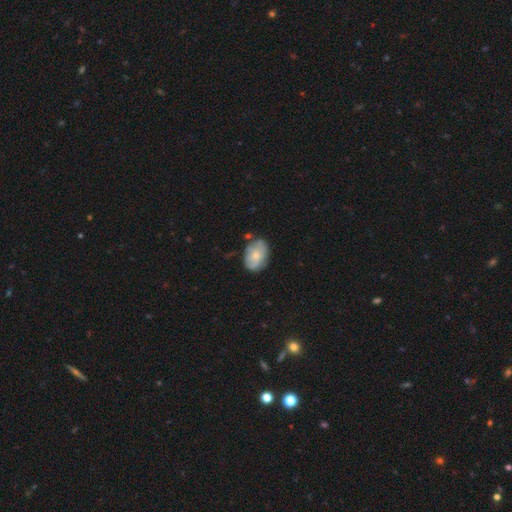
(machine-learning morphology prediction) type=smooth (60%); roundness=in between (78%); merging=none (62%).